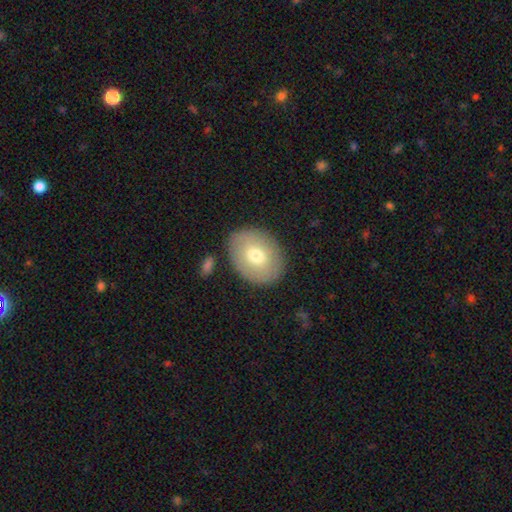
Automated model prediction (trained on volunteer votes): smooth 67%, featured or disk 26%, star or artifact 7%. Down the decision tree: how rounded — in between (64%); merging — none (83%).